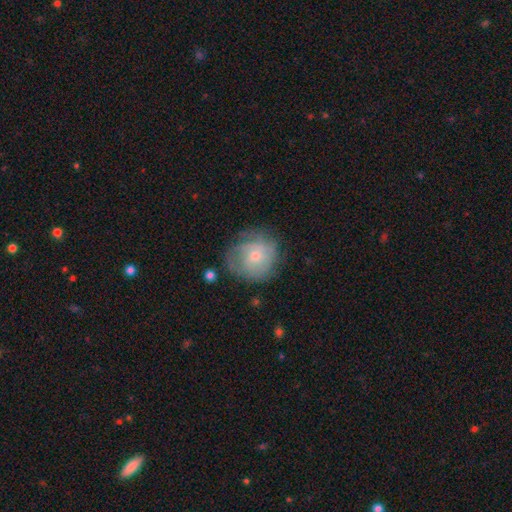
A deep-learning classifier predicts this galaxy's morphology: Smooth or featured: featured or disk — 52% (smooth — 40%)
Edge-on disk: no — 97% (yes — 3%)
Bar: no — 77% (weak — 20%)
Spiral arms: yes — 72% (no — 28%)
Bulge size: small — 48% (moderate — 46%)
Merging: none — 65% (minor disturbance — 23%)